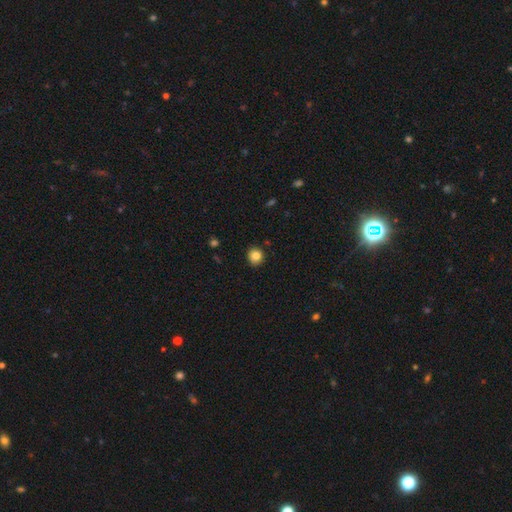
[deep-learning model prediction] This appears to be a smooth galaxy with no disk features (84%) that is round (85%). Merging: none (88%).